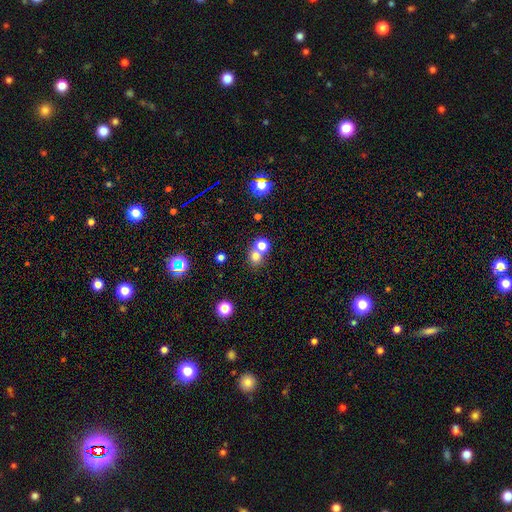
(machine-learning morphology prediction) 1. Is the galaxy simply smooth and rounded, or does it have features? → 73% smooth, 18% star or artifact, 9% featured or disk.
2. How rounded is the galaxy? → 81% round, 18% in between, 1% cigar-shaped.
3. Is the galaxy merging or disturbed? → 49% none, 42% merger, 6% minor disturbance, 3% major disturbance.